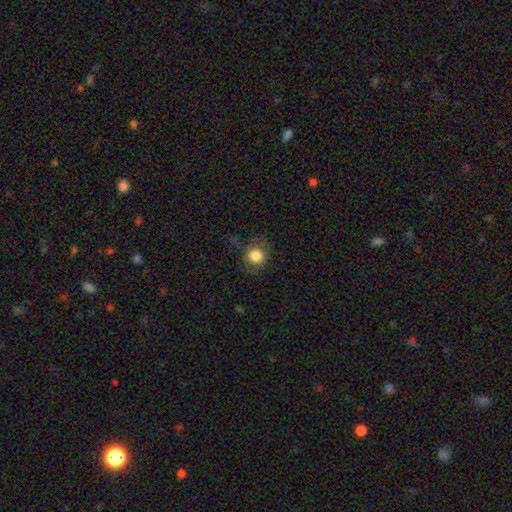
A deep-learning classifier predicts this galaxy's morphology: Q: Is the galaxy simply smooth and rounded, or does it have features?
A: smooth — 82%.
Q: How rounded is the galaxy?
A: round — 82%.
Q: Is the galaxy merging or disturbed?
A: none — 73%.